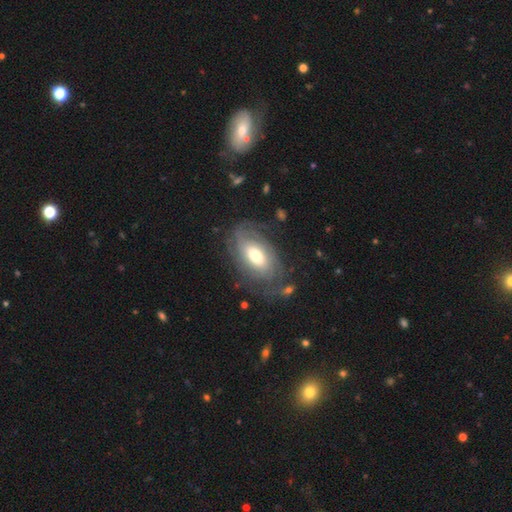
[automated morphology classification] Smooth or featured? Predicted: featured or disk (p=0.70). Edge-on disk? Predicted: no (p=0.94). Bar? Predicted: no (p=0.61). Spiral arms? Predicted: yes (p=0.84). Spiral winding? Predicted: tight (p=0.65). Spiral arm count? Predicted: can't tell (p=0.50). Bulge size? Predicted: moderate (p=0.58). Merging? Predicted: none (p=0.67).